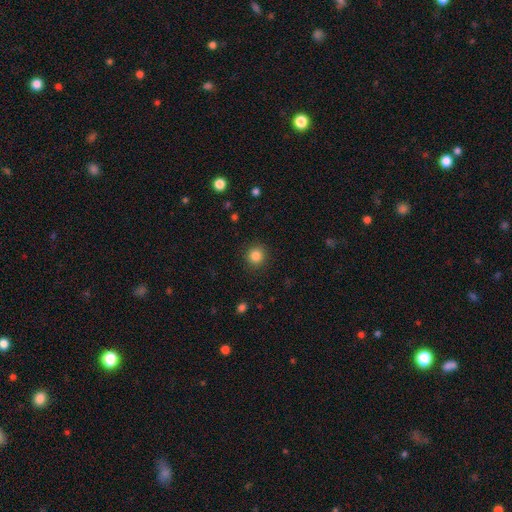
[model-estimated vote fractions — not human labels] This is clearly a smooth galaxy (84%). How rounded: clearly round (92%). Merging: clearly none (90%).